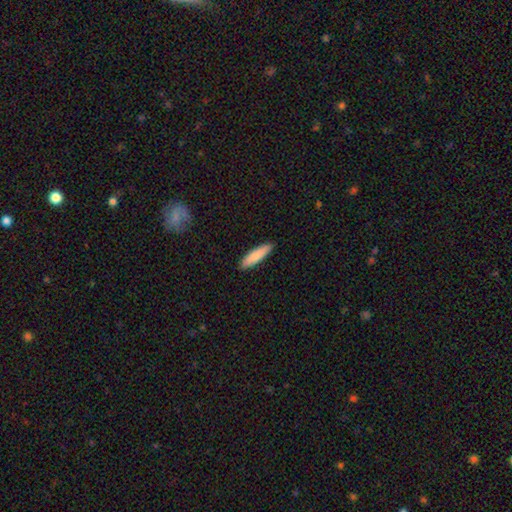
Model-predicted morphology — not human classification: smooth-or-featured: smooth: 81% | featured or disk: 13% | star or artifact: 6%
  how-rounded: cigar-shaped: 72% | in between: 27% | round: 1%
  merging: none: 90% | minor disturbance: 7% | major disturbance: 1% | merger: 1%